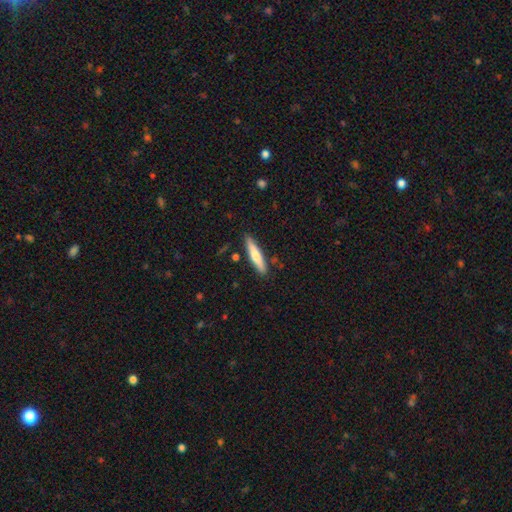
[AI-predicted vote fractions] Smooth or featured?
  - smooth: 63% *
  - featured or disk: 31%
  - star or artifact: 6%
How rounded?
  - cigar-shaped: 85% *
  - in between: 14%
  - round: 1%
Merging?
  - none: 87% *
  - minor disturbance: 9%
  - merger: 2%
  - major disturbance: 2%